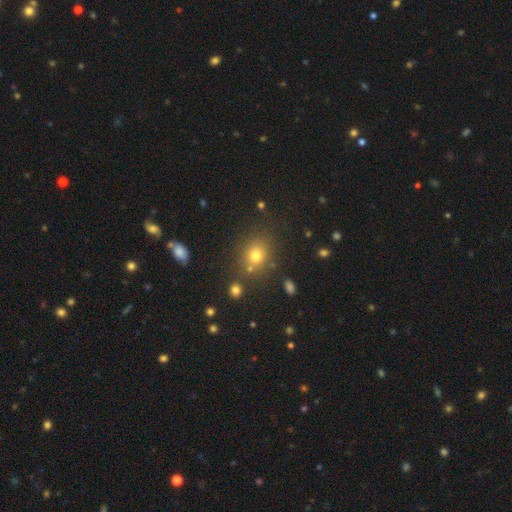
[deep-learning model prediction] smooth_or_featured: smooth (p=0.71) [alt: star or artifact p=0.19]
how_rounded: round (p=0.66) [alt: in between p=0.32]
merging: none (p=0.77) [alt: minor disturbance p=0.11]